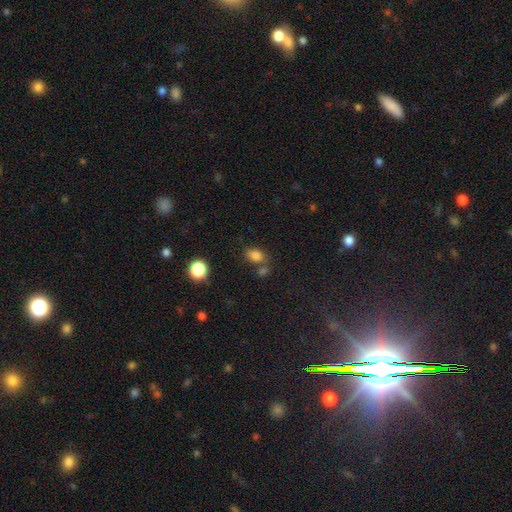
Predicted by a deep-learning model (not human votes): This is likely a smooth galaxy (80%). How rounded: likely in between (70%). Merging: possibly none (60%).